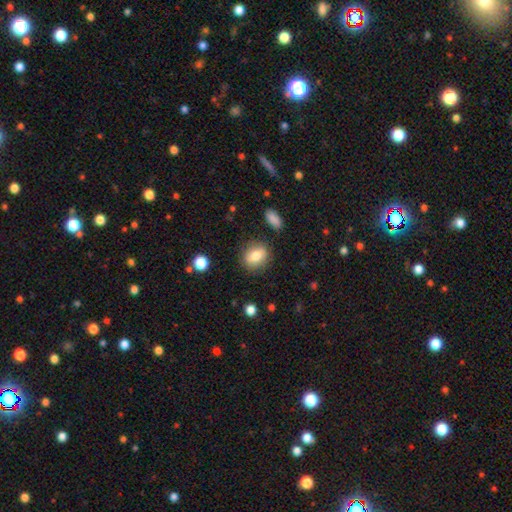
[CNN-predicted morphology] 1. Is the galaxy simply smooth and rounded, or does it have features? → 79% smooth, 13% featured or disk, 9% star or artifact.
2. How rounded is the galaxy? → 49% round (tied), 49% in between (tied), 2% cigar-shaped.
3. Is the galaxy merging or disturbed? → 83% none, 11% minor disturbance, 3% major disturbance, 3% merger.